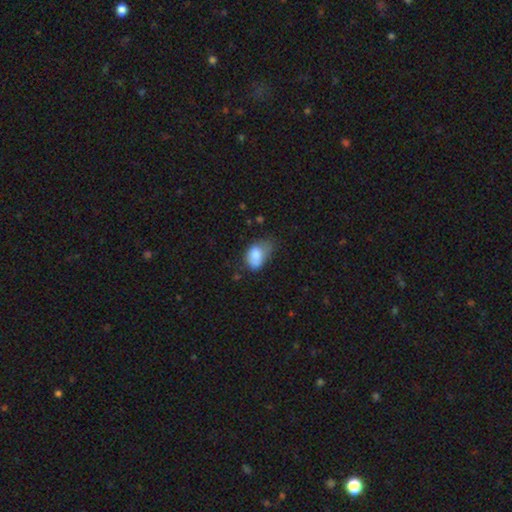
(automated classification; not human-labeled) Q: Smooth or featured?
A: smooth (82%); runner-up: featured or disk (9%)
Q: How rounded?
A: in between (84%); runner-up: round (15%)
Q: Merging?
A: minor disturbance (44%); runner-up: none (28%)